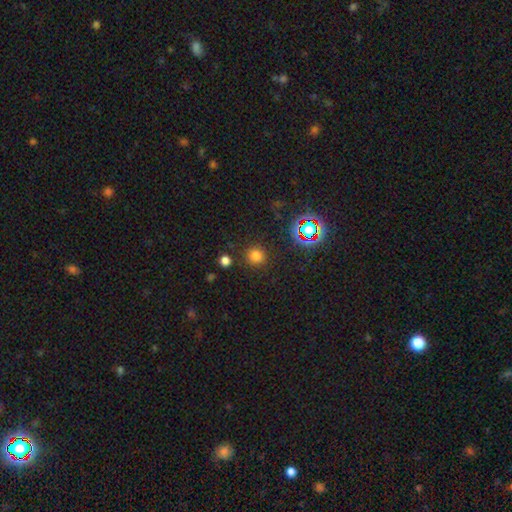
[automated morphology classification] This is likely a smooth galaxy (75%). How rounded: clearly round (94%). Merging: clearly none (88%).